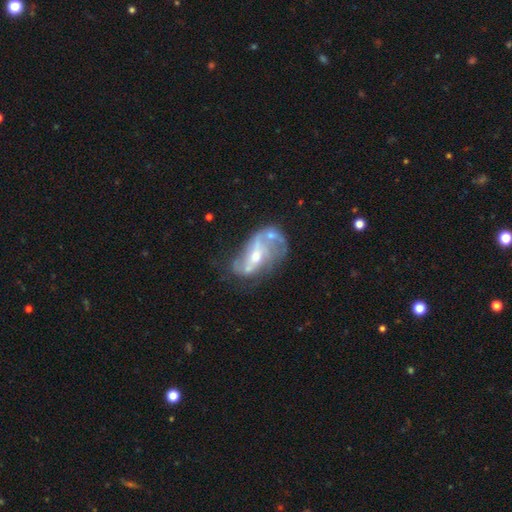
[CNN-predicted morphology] smooth_or_featured: featured or disk (p=0.78) [alt: smooth p=0.14]
disk_edge_on: no (p=0.96) [alt: yes p=0.04]
bar: no (p=0.40) [alt: weak p=0.38]
has_spiral_arms: yes (p=0.75) [alt: no p=0.25]
spiral_winding: loose (p=0.56) [alt: medium p=0.31]
spiral_arm_count: 2 (p=0.63) [alt: can't tell p=0.18]
bulge_size: moderate (p=0.49) [alt: small p=0.43]
merging: none (p=0.33) [alt: major disturbance p=0.27]